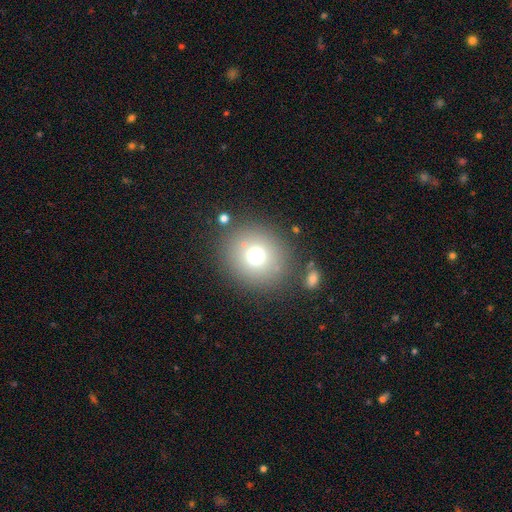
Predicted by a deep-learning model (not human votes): smooth-or-featured: smooth: 72% | star or artifact: 16% | featured or disk: 12%
  how-rounded: round: 89% | in between: 10% | cigar-shaped: 1%
  merging: none: 81% | minor disturbance: 9% | merger: 5% | major disturbance: 5%